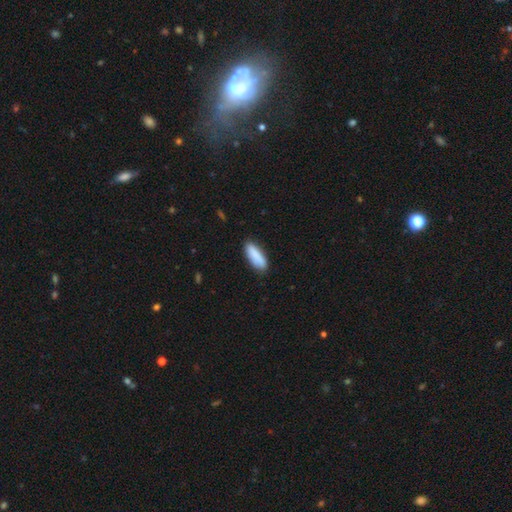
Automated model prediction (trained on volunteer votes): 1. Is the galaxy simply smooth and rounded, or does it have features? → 88% smooth, 6% featured or disk, 6% star or artifact.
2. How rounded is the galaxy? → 58% in between, 40% cigar-shaped, 2% round.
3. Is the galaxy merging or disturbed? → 84% none, 13% minor disturbance, 2% major disturbance, 1% merger.